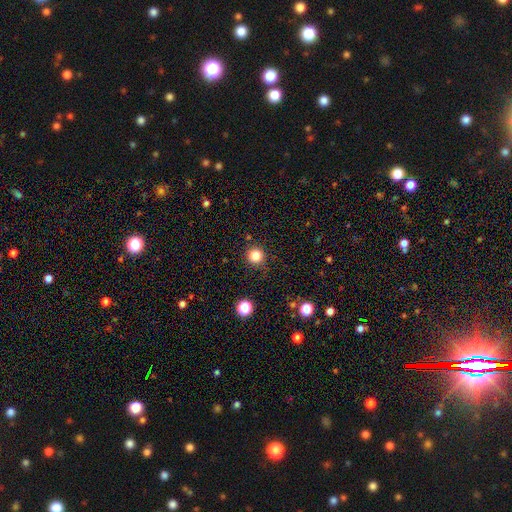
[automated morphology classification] The model was most divided on "smooth or featured": smooth: 83%, star or artifact: 13%, featured or disk: 4%. More confident: how rounded — round (94%); merging — none (88%).